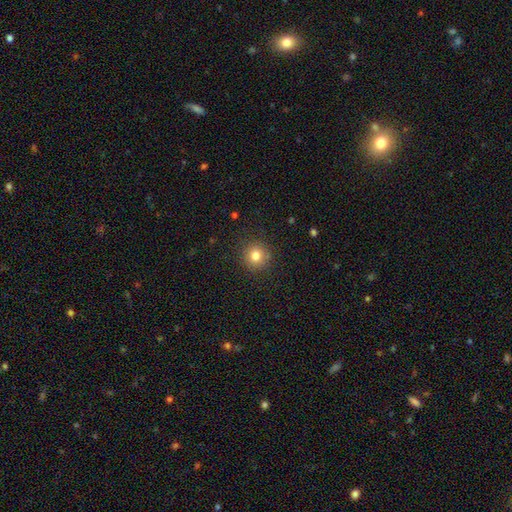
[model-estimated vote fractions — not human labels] A smooth galaxy with no disk features (80%) that is round (93%).

Vote fractions:
- Smooth or featured? smooth: 80% / star or artifact: 12% / featured or disk: 8%
- How rounded? round: 93% / in between: 6% / cigar-shaped: 1%
- Merging? none: 89% / minor disturbance: 7% / major disturbance: 3% / merger: 1%